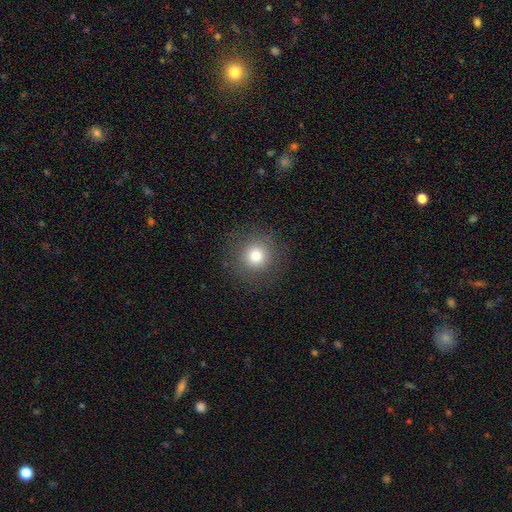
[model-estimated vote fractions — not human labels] smooth_or_featured: smooth (p=0.78) [alt: star or artifact p=0.12]
how_rounded: round (p=0.93) [alt: in between p=0.06]
merging: none (p=0.87) [alt: minor disturbance p=0.08]